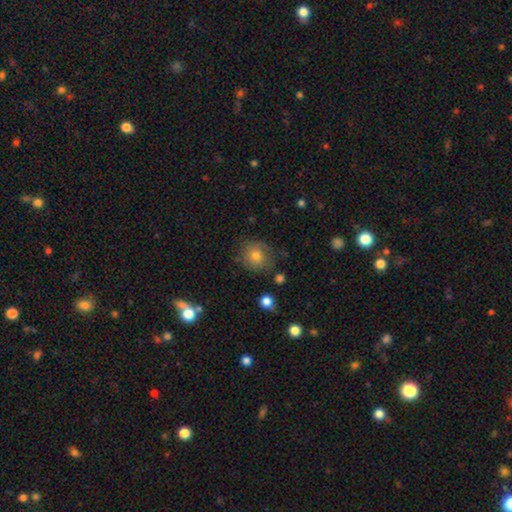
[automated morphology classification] smooth-or-featured: smooth: 72% | featured or disk: 17% | star or artifact: 11%
  how-rounded: round: 83% | in between: 17% | cigar-shaped: 1%
  merging: none: 71% | minor disturbance: 19% | major disturbance: 7% | merger: 3%